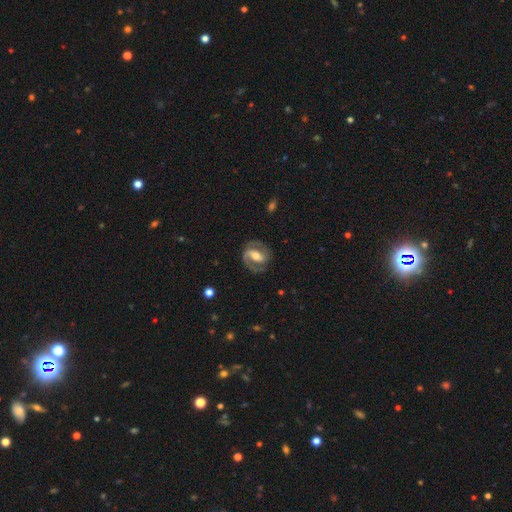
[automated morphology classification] Smooth or featured: featured or disk — 80% (smooth — 15%)
Edge-on disk: no — 97% (yes — 3%)
Bar: strong — 42% (weak — 38%)
Spiral arms: yes — 89% (no — 11%)
Spiral winding: medium — 49% (tight — 36%)
Spiral arm count: 2 — 82% (1 — 9%)
Bulge size: moderate — 66% (small — 20%)
Merging: none — 77% (minor disturbance — 14%)